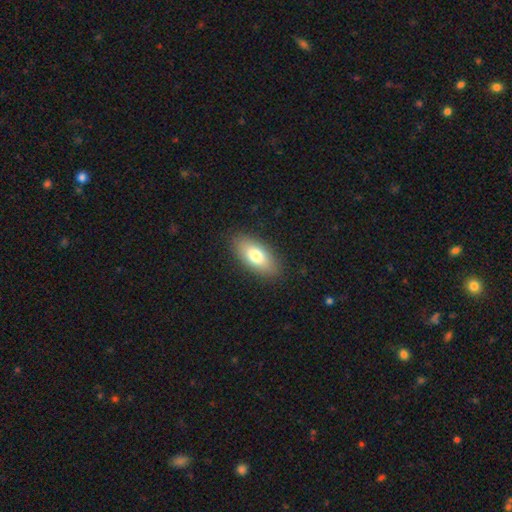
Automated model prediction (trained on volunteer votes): smooth-or-featured: smooth: 78% | featured or disk: 16% | star or artifact: 7%
  how-rounded: in between: 89% | cigar-shaped: 9% | round: 3%
  merging: none: 87% | minor disturbance: 9% | major disturbance: 3% | merger: 1%